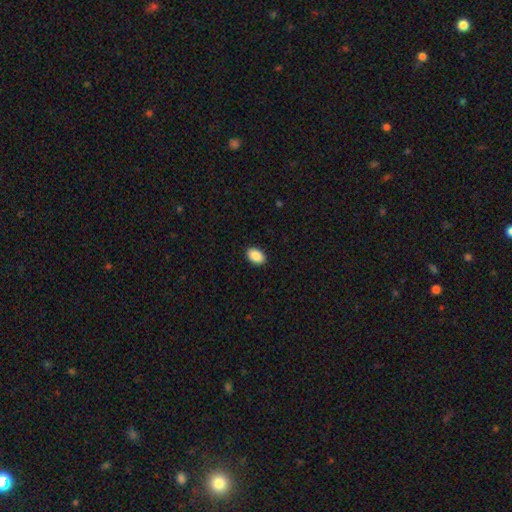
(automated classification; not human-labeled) This is clearly a smooth galaxy (90%). How rounded: clearly in between (89%). Merging: clearly none (91%).